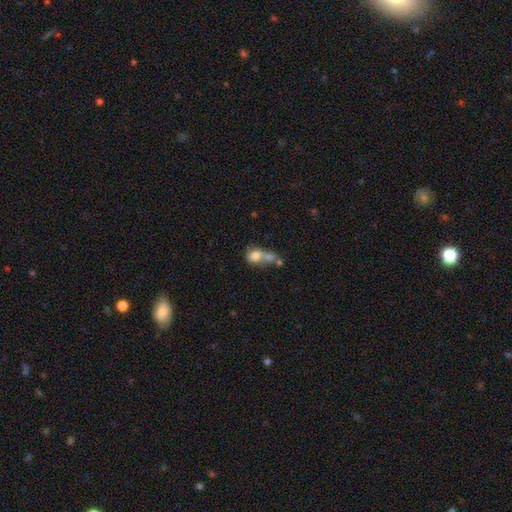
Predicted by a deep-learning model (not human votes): smooth_or_featured: smooth (p=0.72) [alt: featured or disk p=0.18]
how_rounded: round (p=0.52) [alt: in between p=0.46]
merging: merger (p=0.61) [alt: none p=0.20]